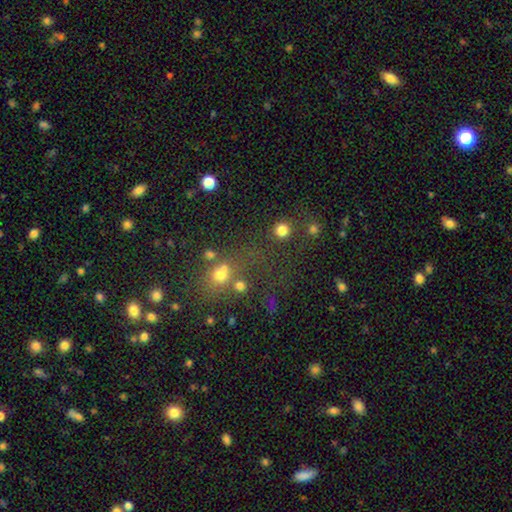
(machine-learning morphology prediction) The model was most divided on "smooth or featured": smooth: 50%, star or artifact: 39%, featured or disk: 11%. More confident: how rounded — round (72%); merging — none (51%).